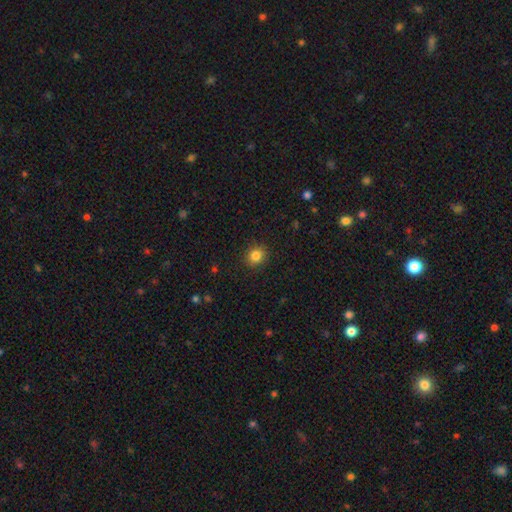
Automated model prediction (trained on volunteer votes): Morphology: type=smooth (84%); roundness=round (80%); merging=none (90%).